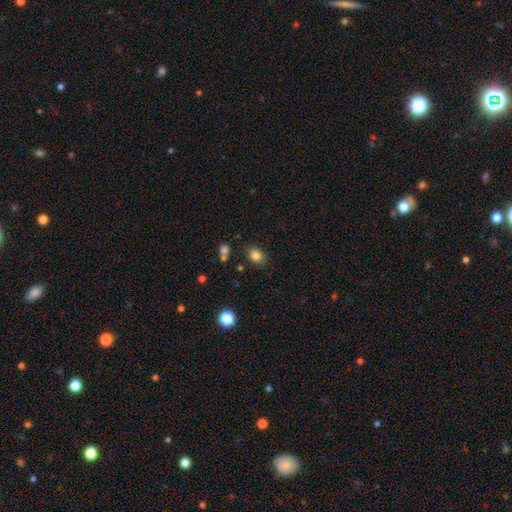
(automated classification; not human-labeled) Smooth or featured? smooth (83%)
How rounded? in between (56%)
Merging? none (78%)